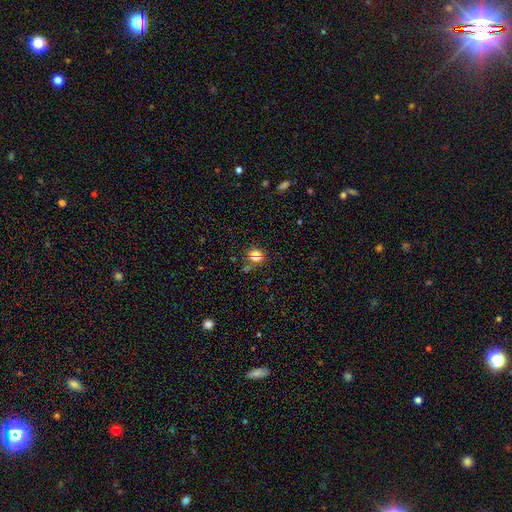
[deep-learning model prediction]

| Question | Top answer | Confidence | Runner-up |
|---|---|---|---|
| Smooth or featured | smooth | 59% | star or artifact (31%) |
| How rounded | round | 81% | in between (18%) |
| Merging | none | 66% | merger (17%) |